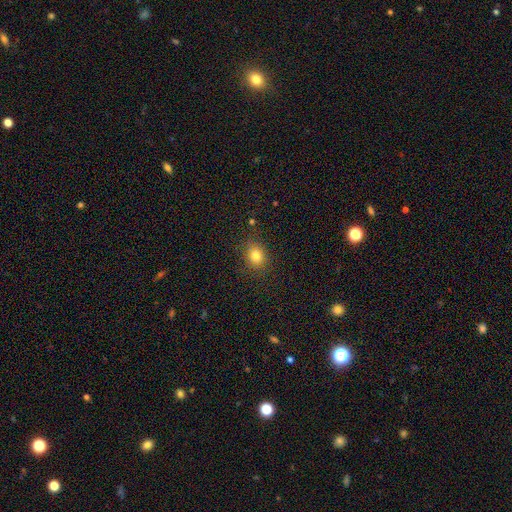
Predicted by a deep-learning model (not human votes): This appears to be a smooth galaxy with no disk features (80%) that is round (58%). Merging: none (85%).